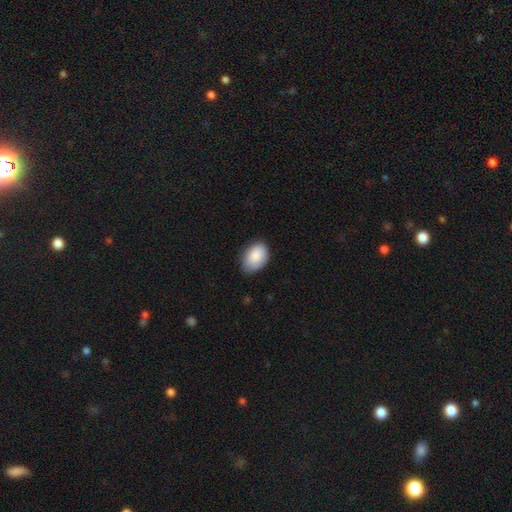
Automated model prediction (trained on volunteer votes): smooth-or-featured: smooth: 87% | featured or disk: 6% | star or artifact: 6%
  how-rounded: in between: 87% | round: 12% | cigar-shaped: 1%
  merging: none: 69% | minor disturbance: 26% | major disturbance: 4% | merger: 1%